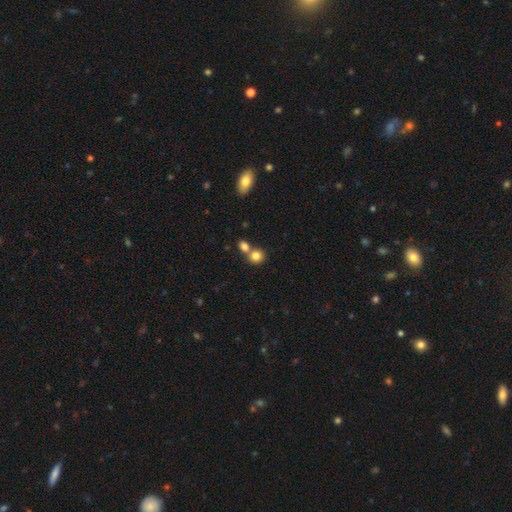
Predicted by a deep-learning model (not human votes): Q: Smooth or featured?
A: smooth (83%); runner-up: star or artifact (10%)
Q: How rounded?
A: round (80%); runner-up: in between (19%)
Q: Merging?
A: none (48%); runner-up: merger (43%)